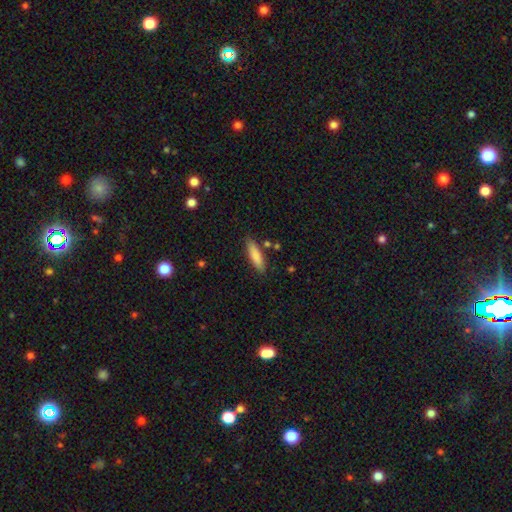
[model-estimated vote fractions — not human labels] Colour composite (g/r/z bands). It shows a smooth galaxy with no disk features (83%) that is cigar-shaped (65%). Merging: none (82%).